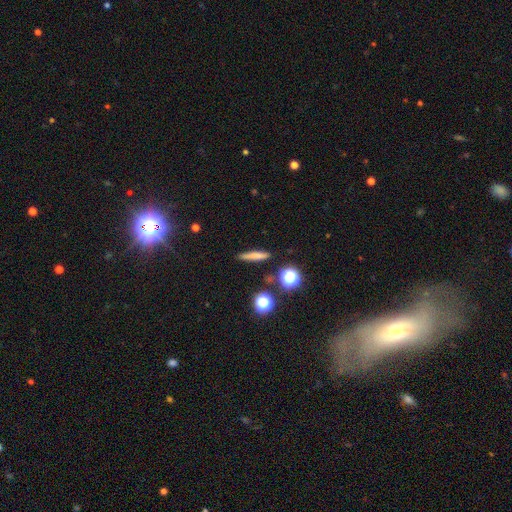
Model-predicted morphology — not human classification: Q: Smooth or featured?
A: smooth (68%); runner-up: featured or disk (20%)
Q: How rounded?
A: cigar-shaped (84%); runner-up: round (8%)
Q: Merging?
A: none (86%); runner-up: minor disturbance (9%)